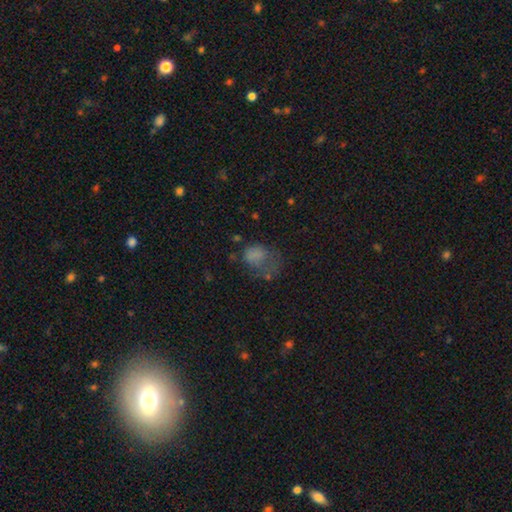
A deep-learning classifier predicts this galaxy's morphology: A smooth galaxy with no disk features (66%) that is in between round and cigar-shaped (64%).

Vote fractions:
- Smooth or featured? smooth: 66% / featured or disk: 19% / star or artifact: 15%
- How rounded? in between: 64% / round: 35% / cigar-shaped: 1%
- Merging? major disturbance: 46% / none: 25% / minor disturbance: 23% / merger: 6%